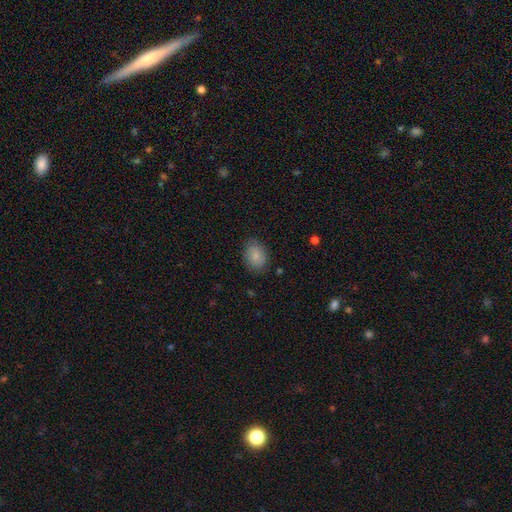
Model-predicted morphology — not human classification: This appears to be a smooth galaxy with no disk features (86%) that is in between round and cigar-shaped (69%). Merging: none (80%).